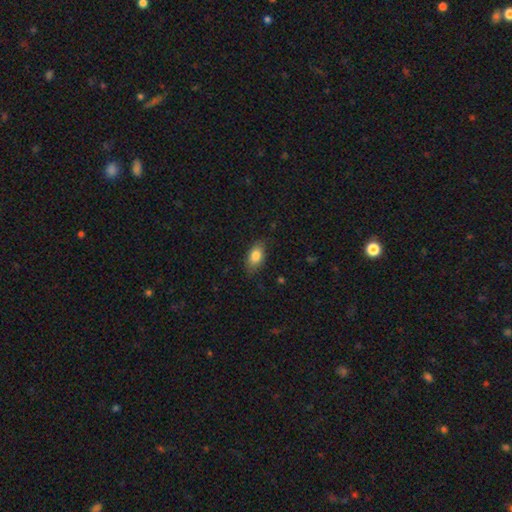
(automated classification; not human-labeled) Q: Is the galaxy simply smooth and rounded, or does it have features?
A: smooth — 83%.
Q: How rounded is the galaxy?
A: in between — 88%.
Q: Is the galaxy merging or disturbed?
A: none — 80%.